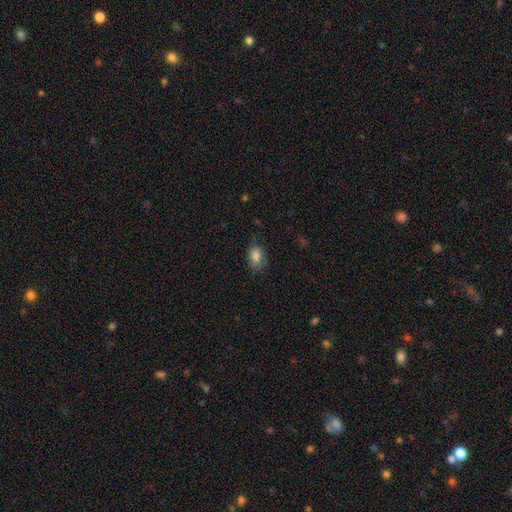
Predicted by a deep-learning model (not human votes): smooth 83%, star or artifact 9%, featured or disk 8%. Down the decision tree: how rounded — in between (78%); merging — none (70%).